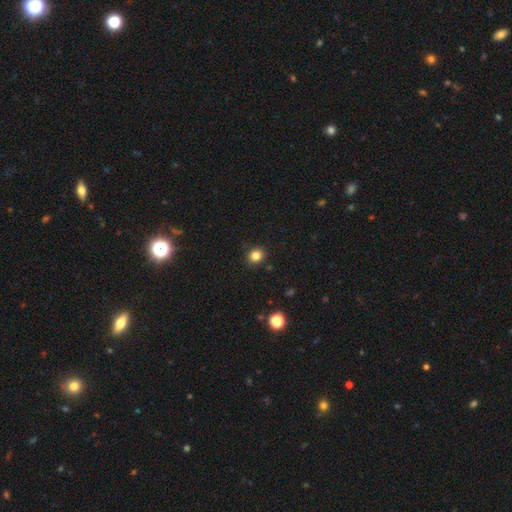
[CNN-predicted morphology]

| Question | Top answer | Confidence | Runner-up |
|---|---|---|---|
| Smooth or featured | smooth | 83% | star or artifact (12%) |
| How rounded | round | 80% | in between (19%) |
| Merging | none | 89% | minor disturbance (7%) |